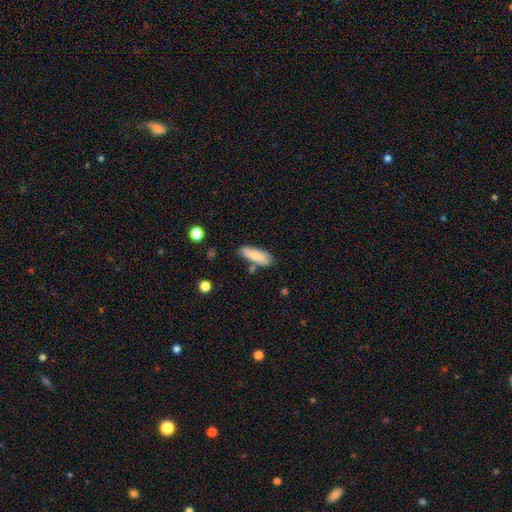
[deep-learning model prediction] A smooth galaxy with no disk features (80%) that is in between round and cigar-shaped (59%).

Vote fractions:
- Smooth or featured? smooth: 80% / featured or disk: 13% / star or artifact: 7%
- How rounded? in between: 59% / cigar-shaped: 39% / round: 2%
- Merging? none: 70% / minor disturbance: 18% / merger: 9% / major disturbance: 4%